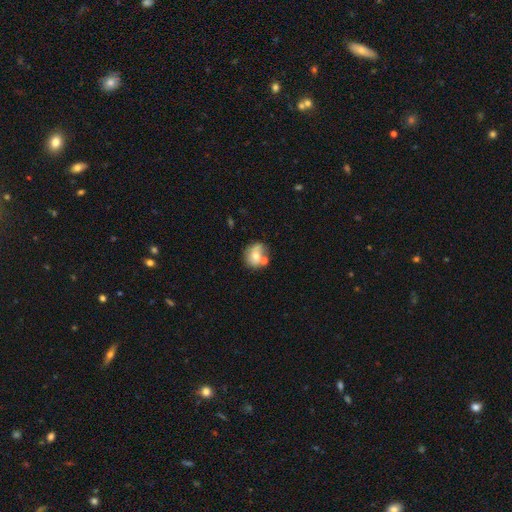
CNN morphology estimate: Overall: smooth (64%; featured or disk 27%). How rounded: round (66%; in between 33%). Merging: none (56%; merger 25%).